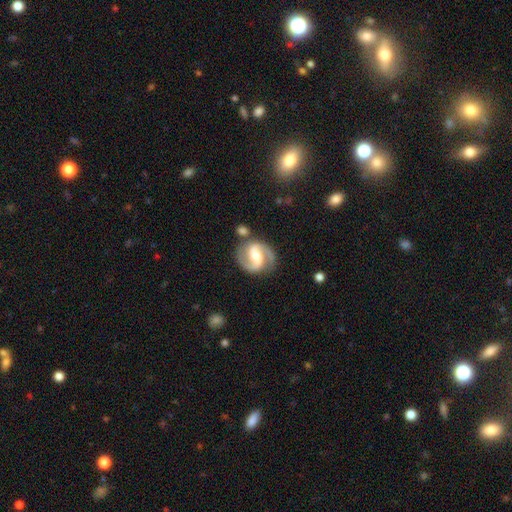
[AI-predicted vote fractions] A featured or disk galaxy (88%) with a weak bar (41%, tied with strong), 2 (93%) medium (59%) spiral arms (97%) and a moderate central bulge (58%).

Vote fractions:
- Smooth or featured? featured or disk: 88% / smooth: 7% / star or artifact: 4%
- Edge-on disk? no: 98% / yes: 2%
- Bar? weak: 41% (tied) / strong: 41% (tied) / no: 18%
- Spiral arms? yes: 97% / no: 3%
- Spiral winding? medium: 59% / tight: 23% / loose: 18%
- Spiral arm count? 2: 93% / can't tell: 2% / 1: 2% / 3: 1% / 4: 1% / more than 4: 1%
- Bulge size? moderate: 58% / small: 27% / large: 10% / none: 3% / dominant: 1%
- Merging? none: 78% / minor disturbance: 12% / merger: 6% / major disturbance: 4%